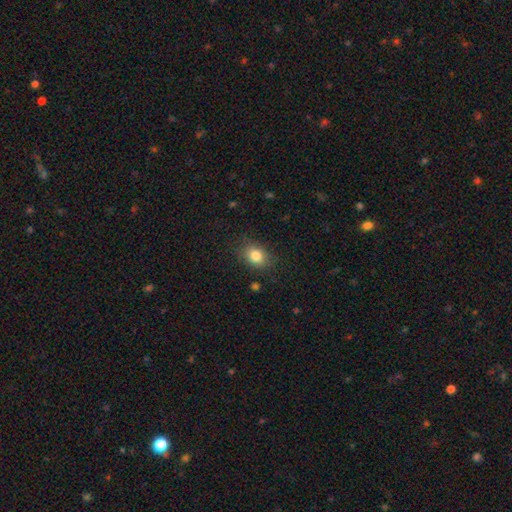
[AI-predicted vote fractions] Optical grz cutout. It shows a smooth galaxy with no disk features (83%) that is in between round and cigar-shaped (62%). Merging: none (81%).